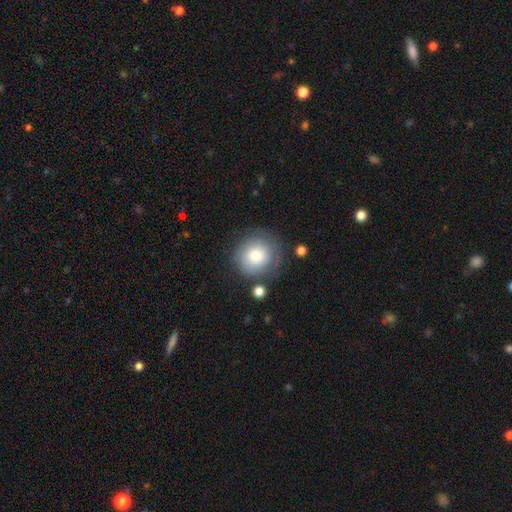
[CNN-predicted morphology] Smooth or featured? smooth (77%)
How rounded? round (88%)
Merging? none (73%)